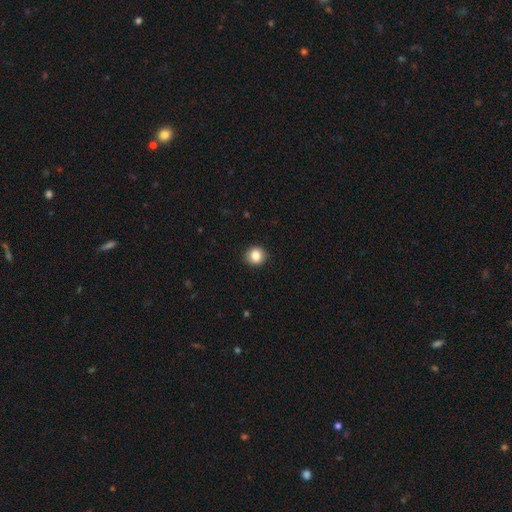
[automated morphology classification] Q: Smooth or featured?
A: smooth (84%); runner-up: star or artifact (10%)
Q: How rounded?
A: round (90%); runner-up: in between (9%)
Q: Merging?
A: none (92%); runner-up: minor disturbance (5%)